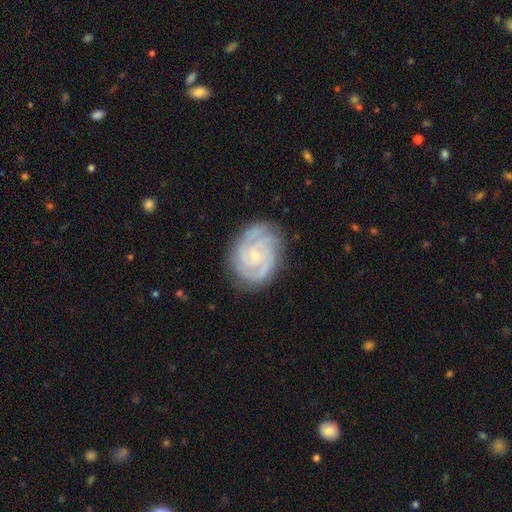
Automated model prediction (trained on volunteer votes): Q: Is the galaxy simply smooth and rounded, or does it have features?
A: featured or disk — 89%.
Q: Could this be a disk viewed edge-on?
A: no — 98%.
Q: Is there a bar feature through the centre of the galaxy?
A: no — 70%.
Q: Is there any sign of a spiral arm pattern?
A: yes — 98%.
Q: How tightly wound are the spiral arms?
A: tight — 71%.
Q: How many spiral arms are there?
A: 3 — 41%.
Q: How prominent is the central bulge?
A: small — 78%.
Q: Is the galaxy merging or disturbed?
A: none — 82%.